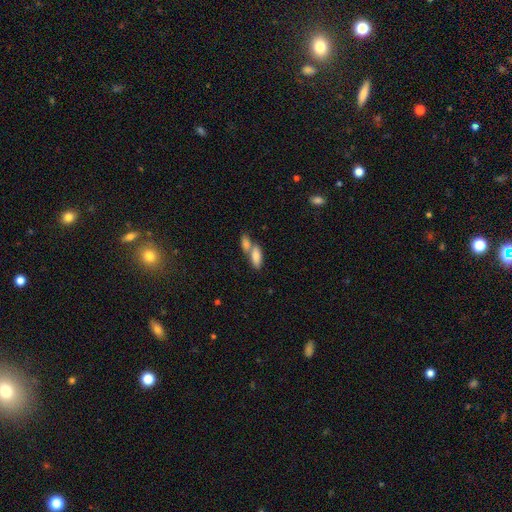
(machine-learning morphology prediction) A smooth galaxy with no disk features (81%) that is in between round and cigar-shaped (83%). Merging: merger (56%).